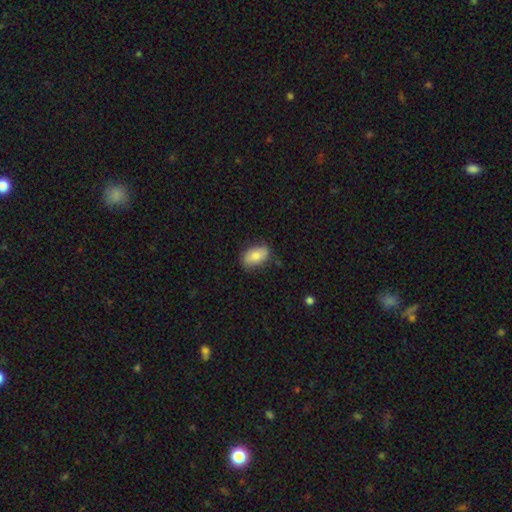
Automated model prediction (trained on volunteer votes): Morphology: type=smooth (82%); roundness=in between (92%); merging=none (78%).